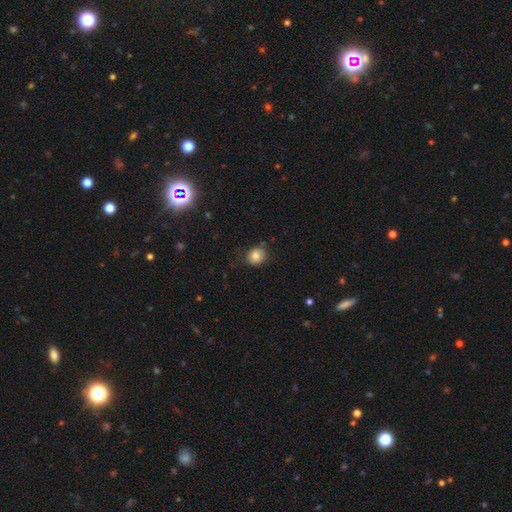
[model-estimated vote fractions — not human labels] Q: Smooth or featured?
A: smooth (80%); runner-up: featured or disk (10%)
Q: How rounded?
A: round (70%); runner-up: in between (29%)
Q: Merging?
A: none (75%); runner-up: minor disturbance (19%)